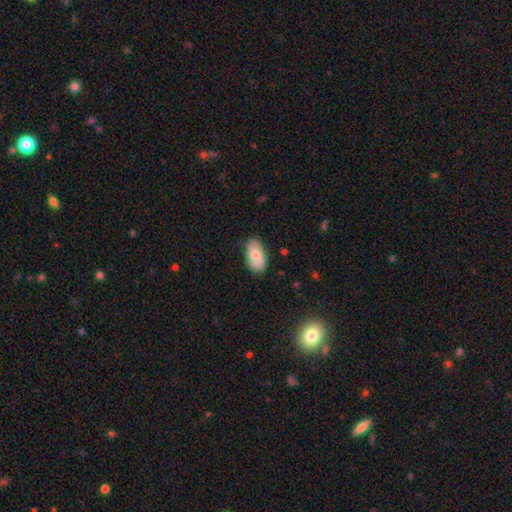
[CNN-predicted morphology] This is likely a smooth galaxy (77%). How rounded: clearly in between (95%). Merging: clearly none (81%).